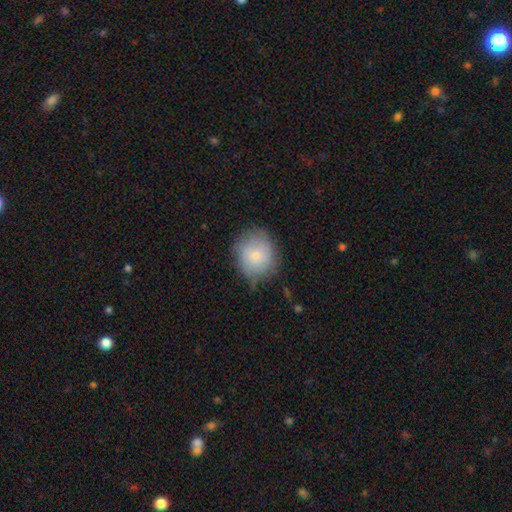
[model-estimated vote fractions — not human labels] Smooth or featured: smooth — 77% (featured or disk — 16%)
How rounded: round — 76% (in between — 23%)
Merging: none — 63% (minor disturbance — 28%)